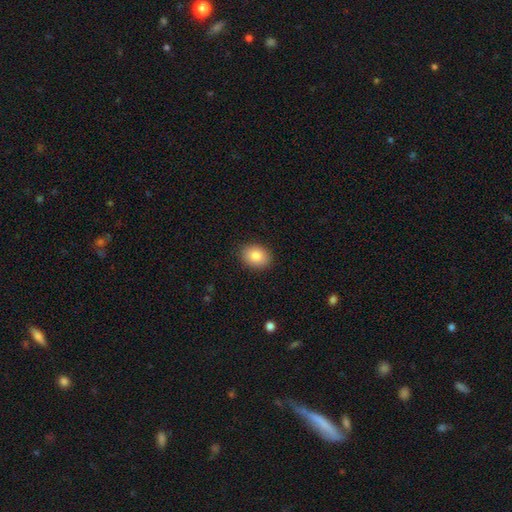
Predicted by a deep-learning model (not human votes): A smooth galaxy with no disk features (86%) that is in between round and cigar-shaped (62%).

Vote fractions:
- Smooth or featured? smooth: 86% / star or artifact: 8% / featured or disk: 6%
- How rounded? in between: 62% / round: 37% / cigar-shaped: 1%
- Merging? none: 89% / minor disturbance: 8% / major disturbance: 2% / merger: 1%